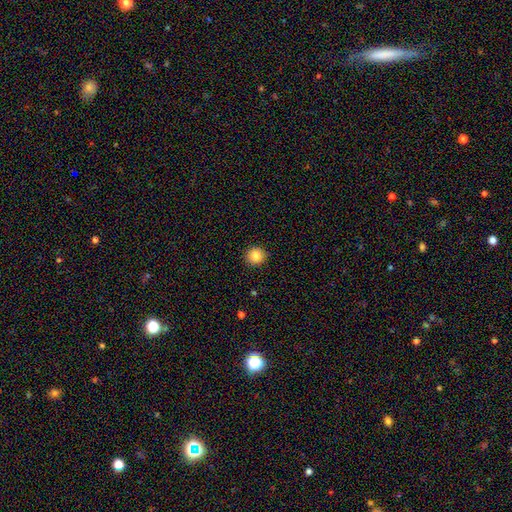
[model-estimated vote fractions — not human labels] Q: Smooth or featured?
A: smooth (84%); runner-up: star or artifact (10%)
Q: How rounded?
A: round (92%); runner-up: in between (7%)
Q: Merging?
A: none (92%); runner-up: minor disturbance (6%)